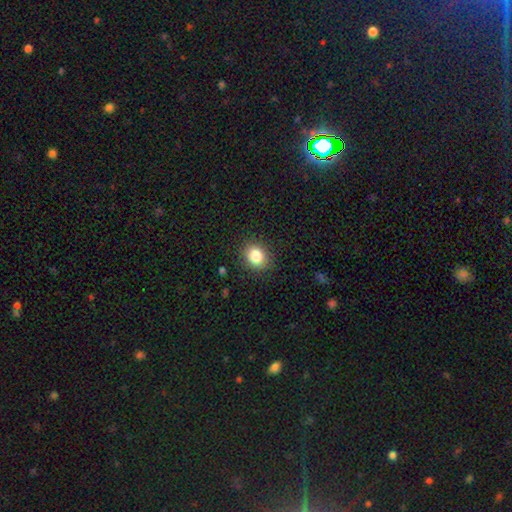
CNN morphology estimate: Smooth or featured: smooth — 85% (star or artifact — 10%)
How rounded: round — 60% (in between — 39%)
Merging: none — 86% (minor disturbance — 10%)